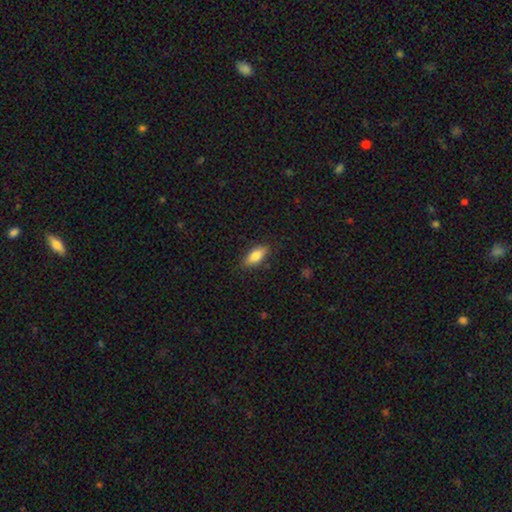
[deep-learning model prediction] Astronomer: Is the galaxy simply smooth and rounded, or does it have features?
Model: smooth — 80%.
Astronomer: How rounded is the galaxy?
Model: in between — 80%.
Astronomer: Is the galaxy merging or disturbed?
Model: none — 84%.